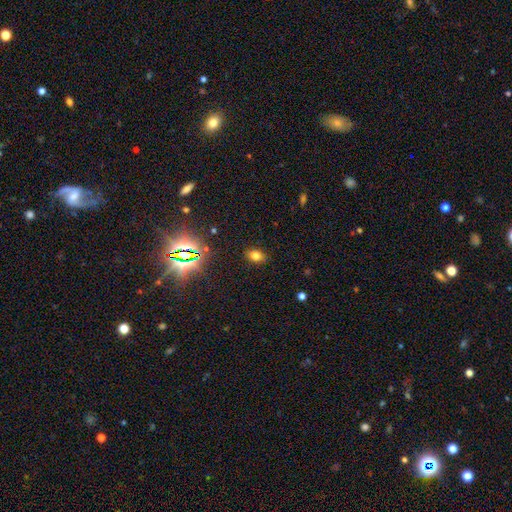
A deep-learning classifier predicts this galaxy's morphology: This is likely a smooth galaxy (72%). How rounded: likely in between (73%). Merging: clearly none (86%).